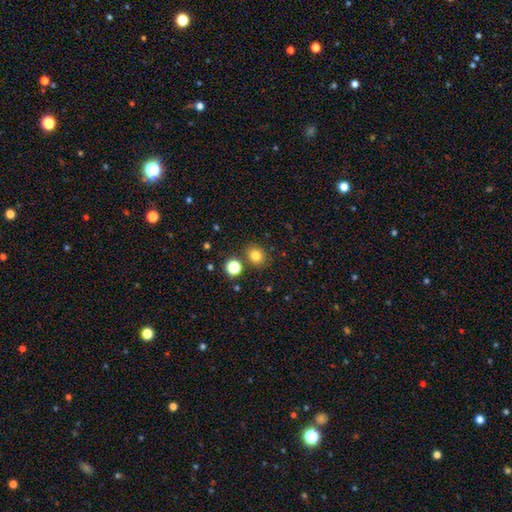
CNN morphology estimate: Smooth or featured? Predicted: smooth (p=0.80). How rounded? Predicted: round (p=0.71). Merging? Predicted: none (p=0.81).